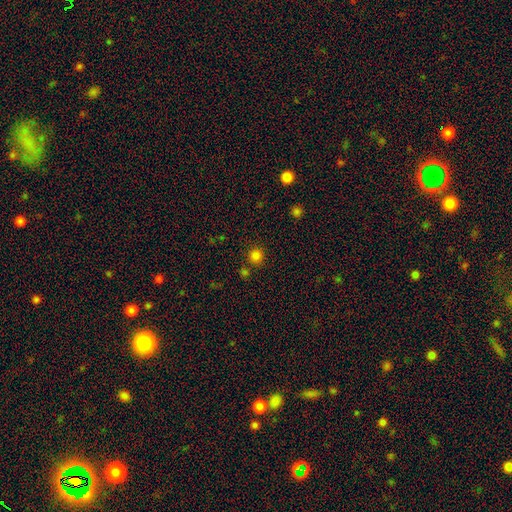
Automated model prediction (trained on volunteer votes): Morphology: type=smooth (80%); roundness=round (93%); merging=none (82%).